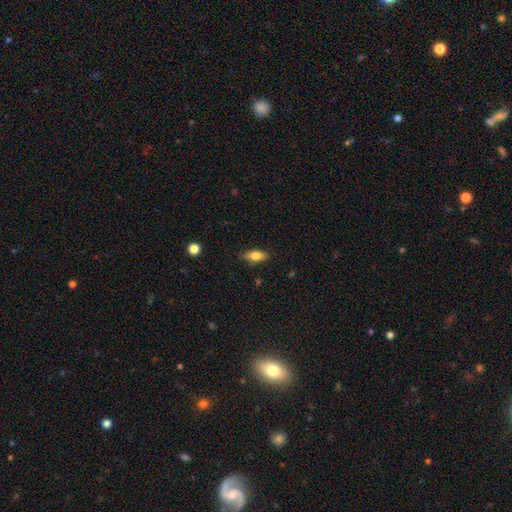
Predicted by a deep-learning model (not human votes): Smooth or featured?
  - smooth: 71% *
  - featured or disk: 22%
  - star or artifact: 7%
How rounded?
  - in between: 78% *
  - cigar-shaped: 18%
  - round: 4%
Merging?
  - none: 85% *
  - minor disturbance: 11%
  - major disturbance: 2%
  - merger: 1%